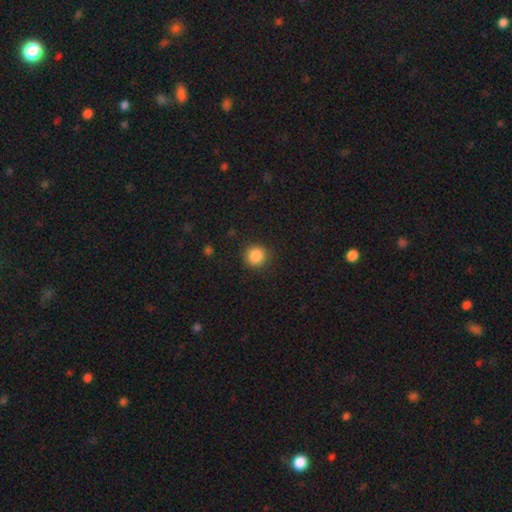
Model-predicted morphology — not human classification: Smooth or featured?
  - smooth: 87% *
  - star or artifact: 10%
  - featured or disk: 3%
How rounded?
  - round: 92% *
  - in between: 7%
  - cigar-shaped: 1%
Merging?
  - none: 90% *
  - minor disturbance: 7%
  - major disturbance: 2%
  - merger: 1%